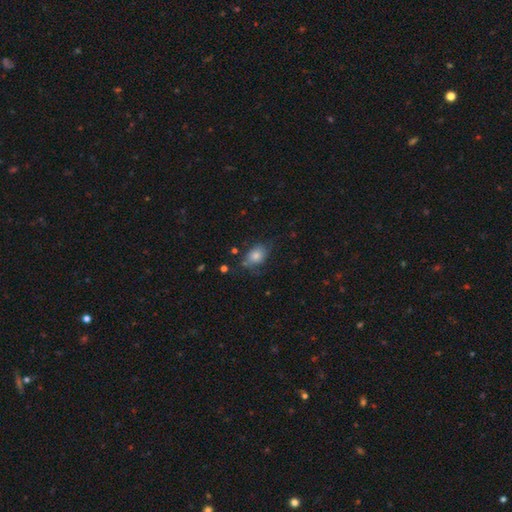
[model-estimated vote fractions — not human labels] smooth_or_featured: smooth (p=0.73) [alt: featured or disk p=0.16]
how_rounded: in between (p=0.66) [alt: round p=0.32]
merging: none (p=0.64) [alt: minor disturbance p=0.25]